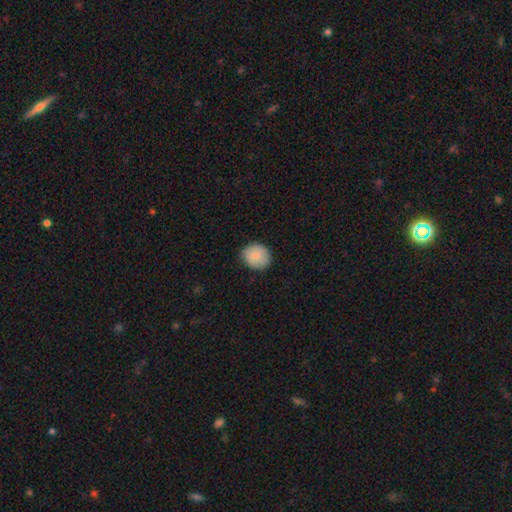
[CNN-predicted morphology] Overall: smooth (85%). How rounded: round (78%). Merging: none (82%).